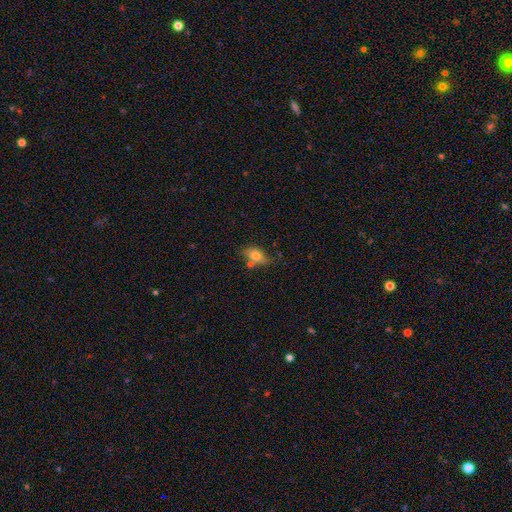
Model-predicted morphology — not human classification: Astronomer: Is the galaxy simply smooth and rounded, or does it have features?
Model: smooth — 71%.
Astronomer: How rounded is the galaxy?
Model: in between — 83%.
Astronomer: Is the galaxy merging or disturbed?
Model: none — 55%.